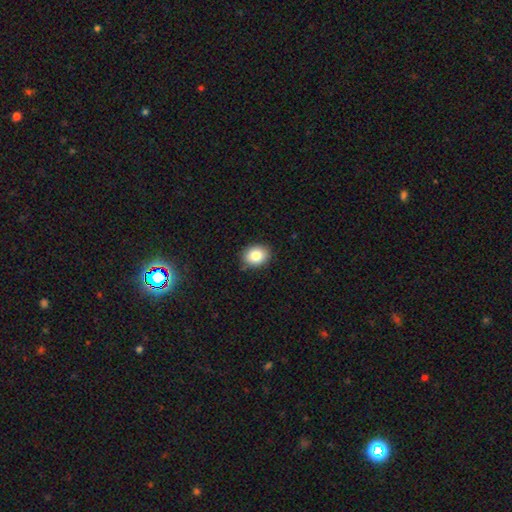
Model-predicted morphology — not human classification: The model was most divided on "how rounded": in between: 51%, round: 48%, cigar-shaped: 1%. More confident: merging — none (85%); smooth or featured — smooth (84%).